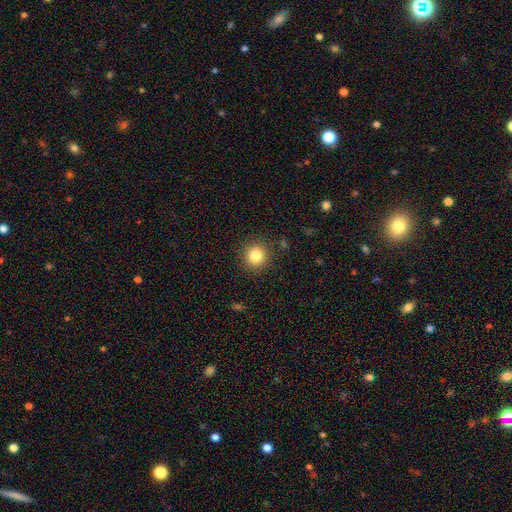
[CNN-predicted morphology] This is clearly a smooth galaxy (82%). How rounded: clearly round (93%). Merging: clearly none (90%).